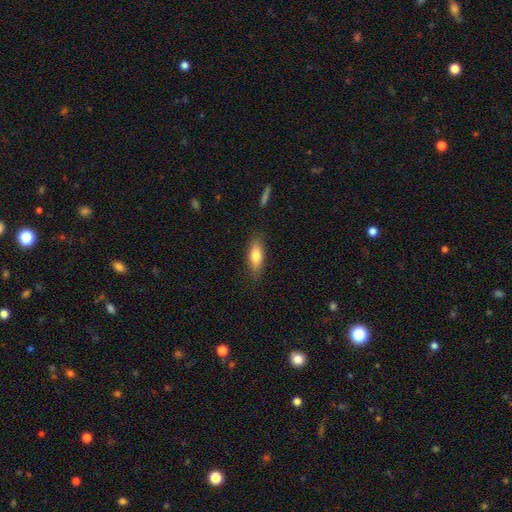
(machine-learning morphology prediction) A smooth galaxy with no disk features (74%) that is in between round and cigar-shaped (59%). Merging: none (83%).